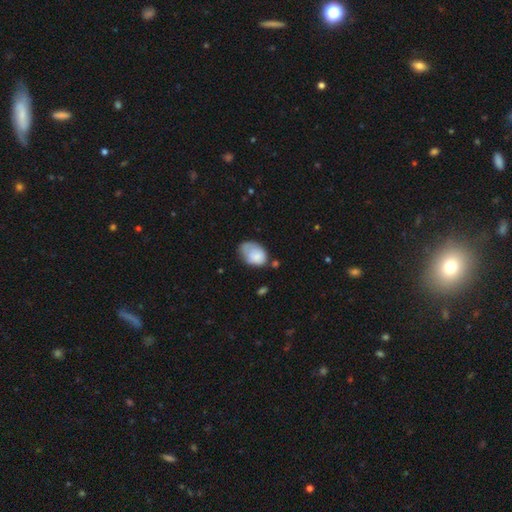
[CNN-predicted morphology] Overall: smooth (78%). How rounded: in between (83%). Merging: none (40%; minor disturbance 37%).